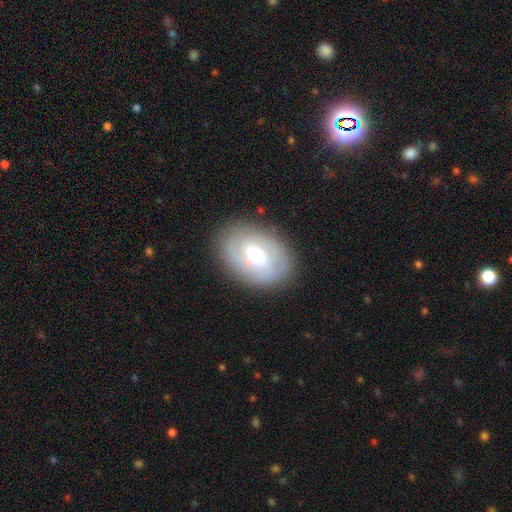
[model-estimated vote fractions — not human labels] The model was most divided on "bar": weak: 52%, no: 25%, strong: 23%. More confident: edge-on disk — no (93%); merging — none (82%); spiral arms — yes (67%); bulge size — moderate (67%); smooth or featured — featured or disk (61%).